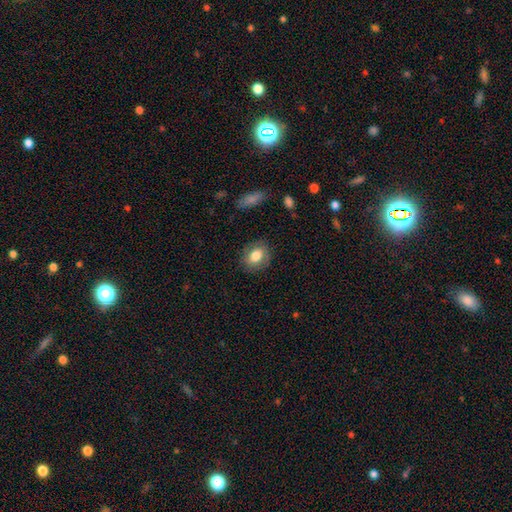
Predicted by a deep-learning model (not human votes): A smooth galaxy with no disk features (76%) that is in between round and cigar-shaped (55%).

Vote fractions:
- Smooth or featured? smooth: 76% / featured or disk: 17% / star or artifact: 8%
- How rounded? in between: 55% / round: 44% / cigar-shaped: 1%
- Merging? none: 83% / minor disturbance: 12% / major disturbance: 4% / merger: 1%